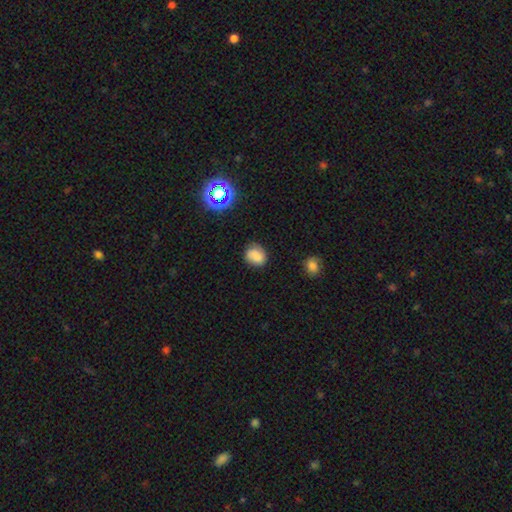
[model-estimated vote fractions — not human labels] The model was most divided on "how rounded": round: 54%, in between: 45%, cigar-shaped: 1%. More confident: smooth or featured — smooth (76%); merging — none (75%).